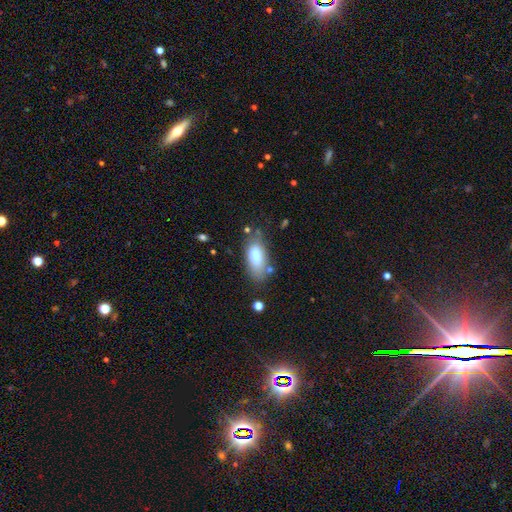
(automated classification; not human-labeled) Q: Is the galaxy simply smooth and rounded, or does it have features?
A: smooth — 79%.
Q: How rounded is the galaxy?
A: in between — 87%.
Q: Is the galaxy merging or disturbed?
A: none — 70%.